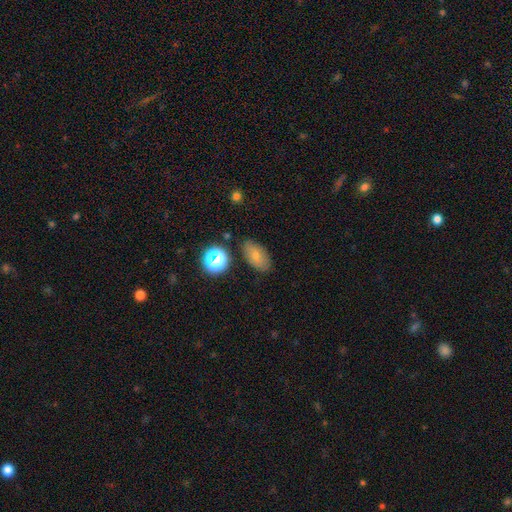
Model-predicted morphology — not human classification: This appears to be a smooth galaxy with no disk features (73%) that is in between round and cigar-shaped (89%). Merging: none (79%).